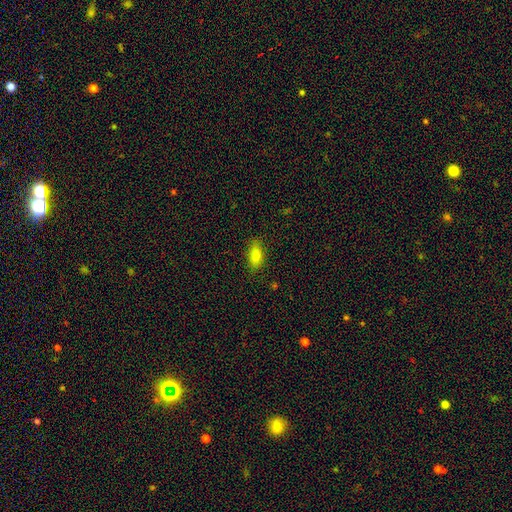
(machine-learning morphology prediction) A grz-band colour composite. It shows a smooth galaxy with no disk features (82%) that is in between round and cigar-shaped (83%). Merging: none (82%).